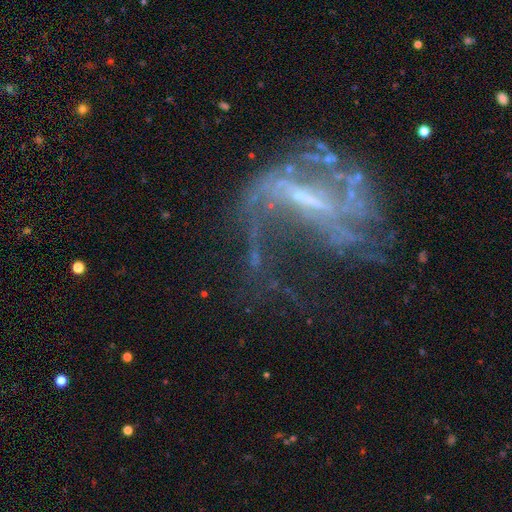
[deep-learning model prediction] Smooth or featured? Predicted: featured or disk (p=0.81). Edge-on disk? Predicted: no (p=0.95). Bar? Predicted: strong (p=0.42). Spiral arms? Predicted: yes (p=0.75). Spiral winding? Predicted: loose (p=0.58). Spiral arm count? Predicted: 2 (p=0.32). Bulge size? Predicted: small (p=0.51). Merging? Predicted: major disturbance (p=0.49).